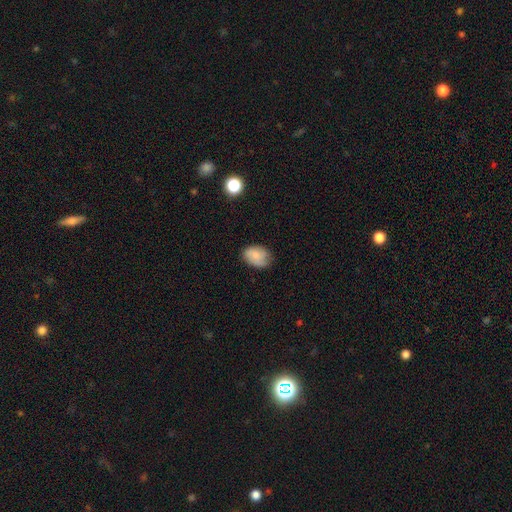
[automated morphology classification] Q: Smooth or featured?
A: smooth (76%); runner-up: featured or disk (16%)
Q: How rounded?
A: in between (78%); runner-up: round (20%)
Q: Merging?
A: none (67%); runner-up: minor disturbance (26%)